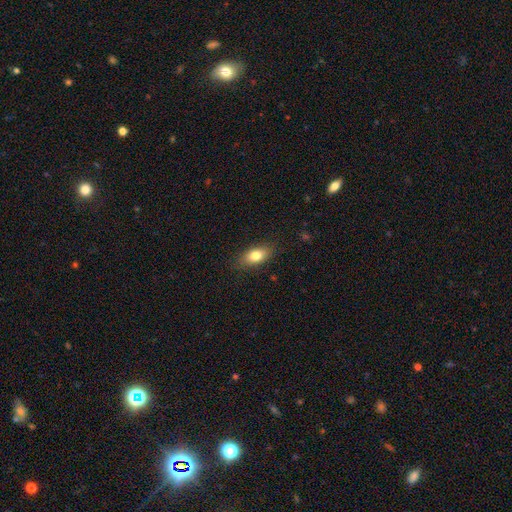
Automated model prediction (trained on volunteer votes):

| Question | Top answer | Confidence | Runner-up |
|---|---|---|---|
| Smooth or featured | smooth | 79% | featured or disk (13%) |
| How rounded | in between | 85% | round (8%) |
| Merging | none | 85% | minor disturbance (12%) |